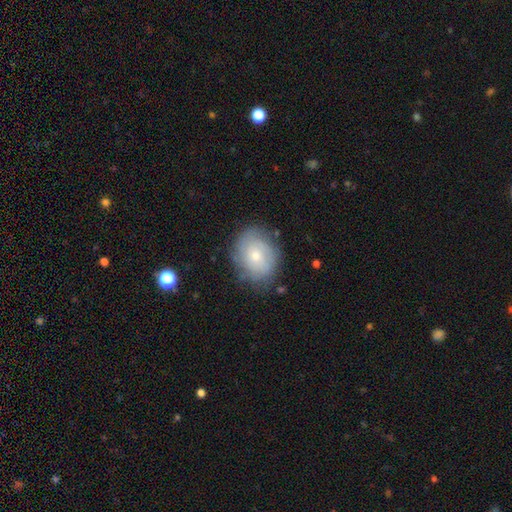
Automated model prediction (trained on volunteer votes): The model was most divided on "smooth or featured": smooth: 46%, featured or disk: 45%, star or artifact: 9%. More confident: merging — none (74%).